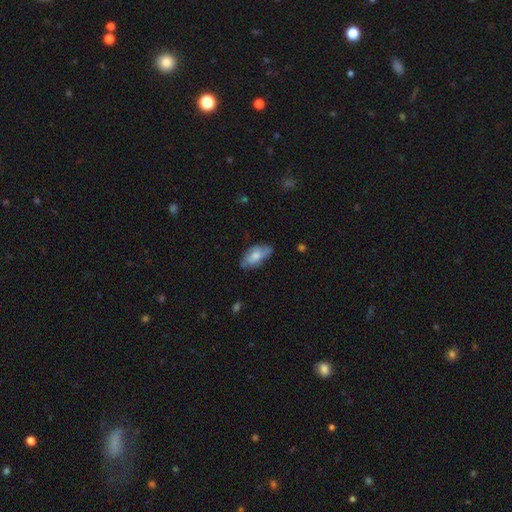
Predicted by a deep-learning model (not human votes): Morphology: type=smooth (63%); roundness=in between (90%); merging=none (58%).